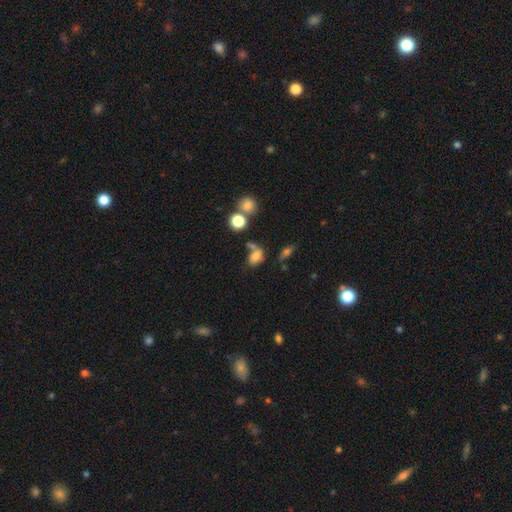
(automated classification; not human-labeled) smooth-or-featured: smooth: 72% | star or artifact: 16% | featured or disk: 12%
  how-rounded: in between: 76% | round: 22% | cigar-shaped: 2%
  merging: none: 45% | merger: 24% | minor disturbance: 20% | major disturbance: 11%